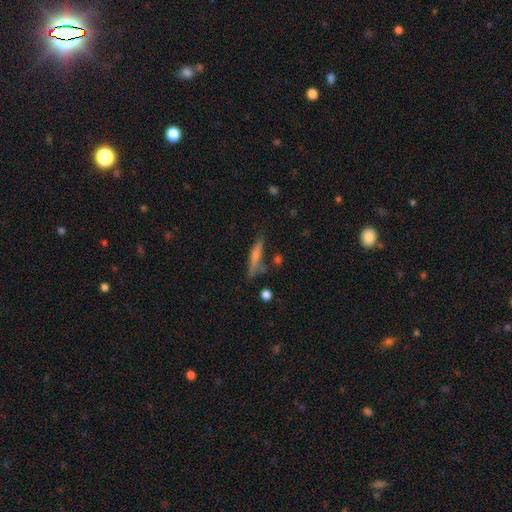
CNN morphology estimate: A smooth galaxy with no disk features (59%) that is cigar-shaped (86%). Merging: none (69%).